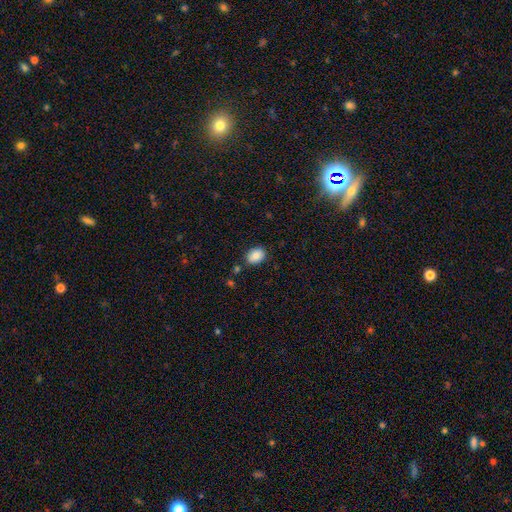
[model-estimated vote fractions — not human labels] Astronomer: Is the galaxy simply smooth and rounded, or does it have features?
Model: smooth — 84%.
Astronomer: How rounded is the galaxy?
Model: in between — 71%.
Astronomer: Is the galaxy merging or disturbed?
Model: none — 83%.